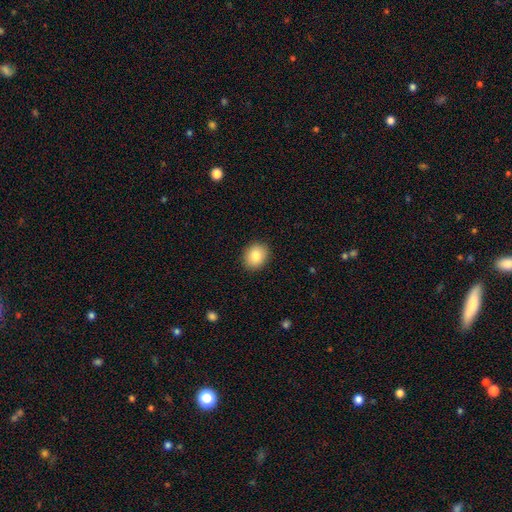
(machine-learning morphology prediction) Smooth or featured? smooth (84%)
How rounded? round (58%)
Merging? none (91%)